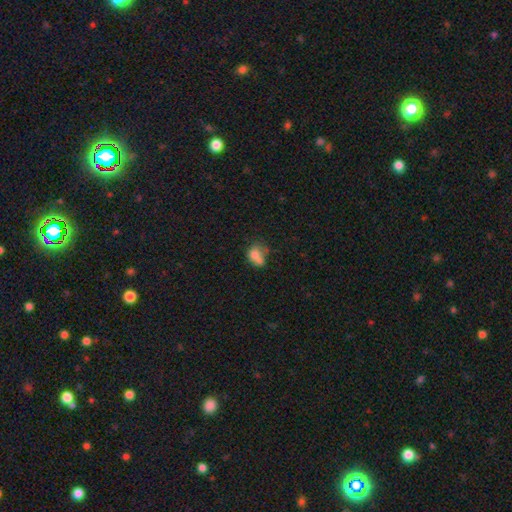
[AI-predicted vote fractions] The model was most divided on "how rounded": in between: 54%, round: 44%, cigar-shaped: 1%. Remaining: smooth or featured — smooth (71%); merging — merger (42%).